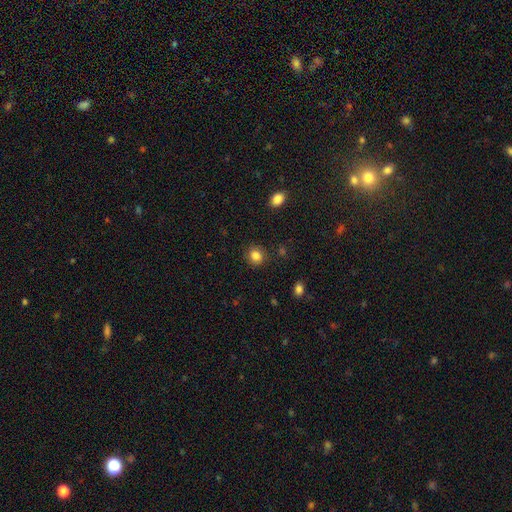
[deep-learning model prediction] Morphology: type=smooth (85%); roundness=round (78%); merging=none (87%).